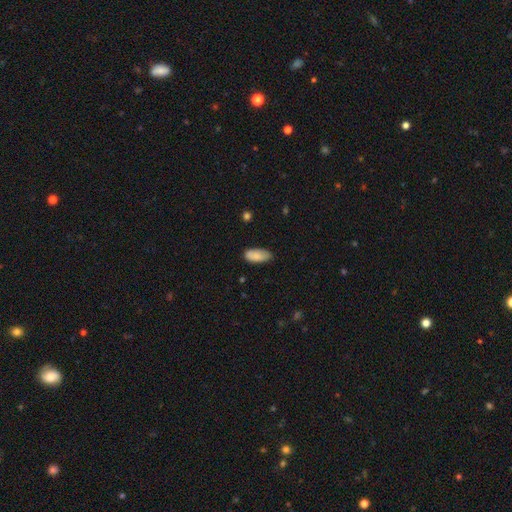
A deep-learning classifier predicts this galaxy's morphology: This is clearly a smooth galaxy (85%). How rounded: clearly in between (88%). Merging: likely none (76%).